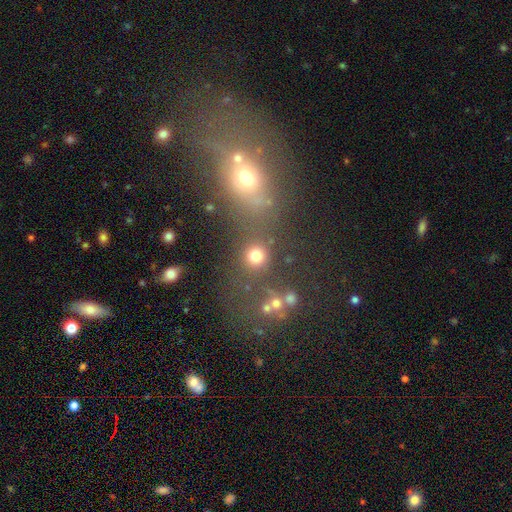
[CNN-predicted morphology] Smooth or featured? smooth (76%)
How rounded? round (87%)
Merging? none (71%)